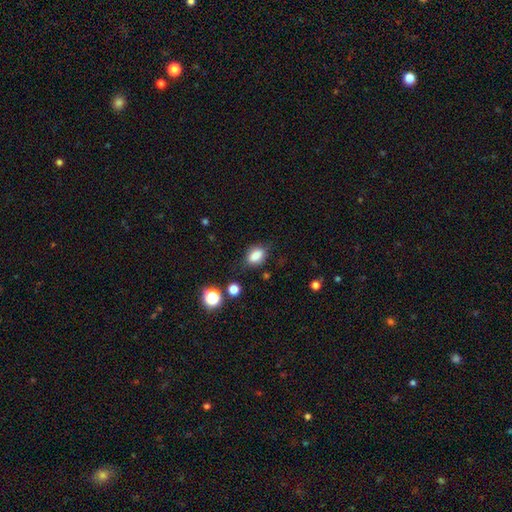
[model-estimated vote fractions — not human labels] Morphology: type=smooth (83%); roundness=in between (78%); merging=none (73%).